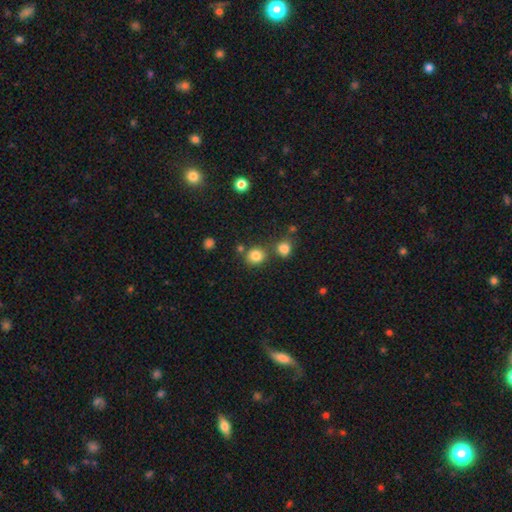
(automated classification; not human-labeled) This appears to be a smooth galaxy with no disk features (82%) that is round (82%). Merging: none (73%).